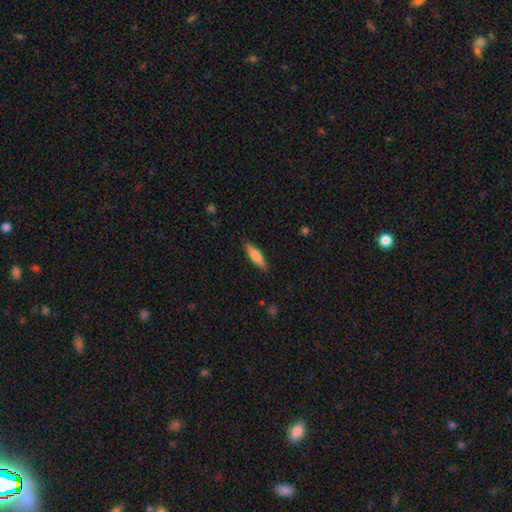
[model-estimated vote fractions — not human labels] Overall: smooth (71%). How rounded: cigar-shaped (71%). Merging: none (87%).